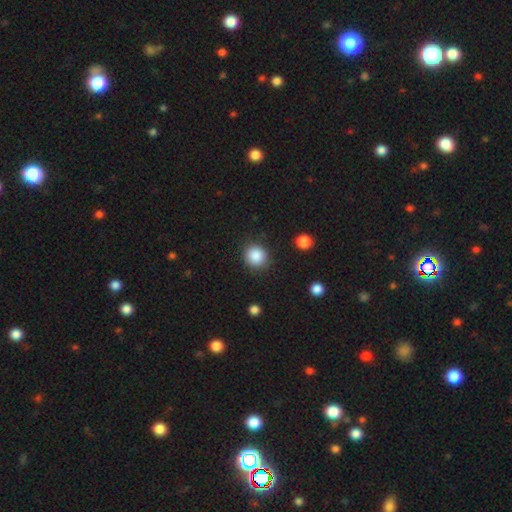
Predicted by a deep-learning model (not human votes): Smooth or featured? Predicted: smooth (p=0.87). How rounded? Predicted: round (p=0.85). Merging? Predicted: none (p=0.87).